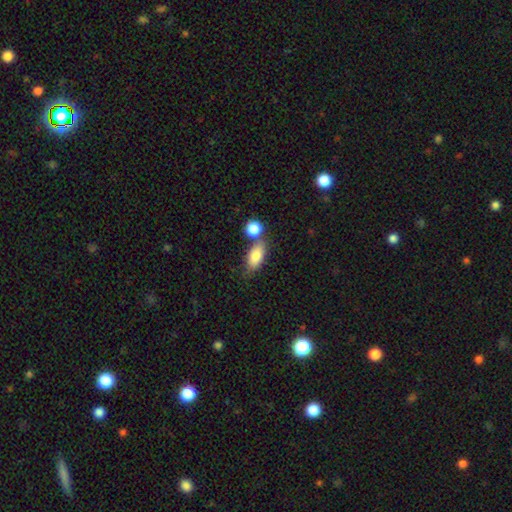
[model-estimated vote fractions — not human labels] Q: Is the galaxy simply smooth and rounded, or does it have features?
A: smooth — 82%.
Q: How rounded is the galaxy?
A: in between — 84%.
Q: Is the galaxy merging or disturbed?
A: none — 49%.